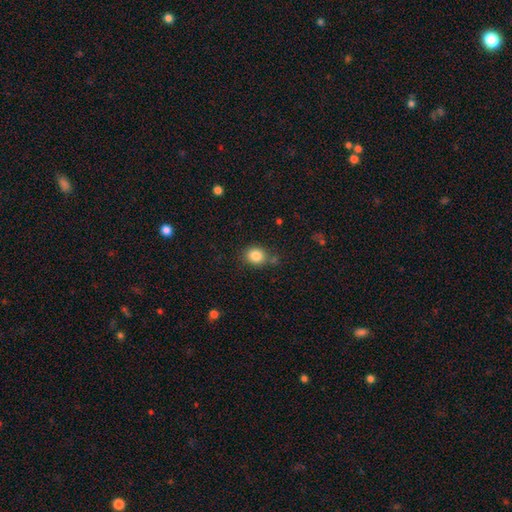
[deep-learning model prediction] smooth-or-featured: smooth: 84% | star or artifact: 10% | featured or disk: 5%
  how-rounded: round: 74% | in between: 26% | cigar-shaped: 1%
  merging: none: 76% | minor disturbance: 15% | merger: 6% | major disturbance: 4%